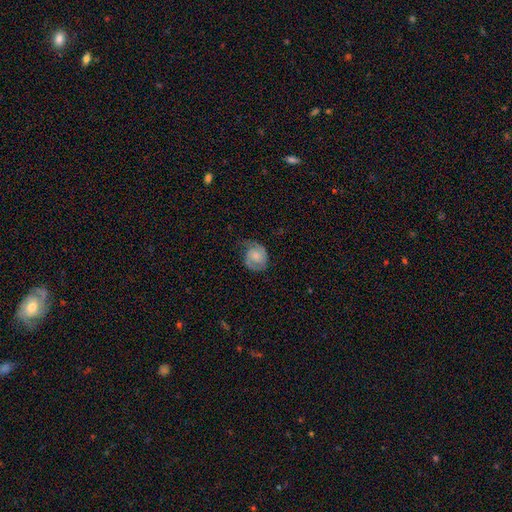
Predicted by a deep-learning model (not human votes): Smooth or featured? smooth (47%)
Merging? none (42%)